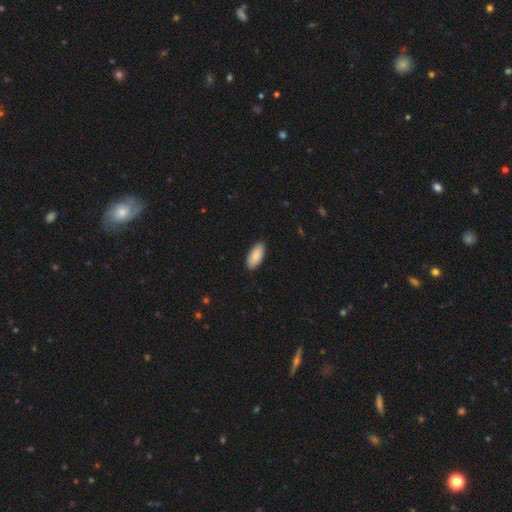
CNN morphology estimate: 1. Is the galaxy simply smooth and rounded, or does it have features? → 87% smooth, 8% featured or disk, 6% star or artifact.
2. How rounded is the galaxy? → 91% in between, 8% cigar-shaped, 2% round.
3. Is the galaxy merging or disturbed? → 89% none, 9% minor disturbance, 2% major disturbance, 1% merger.